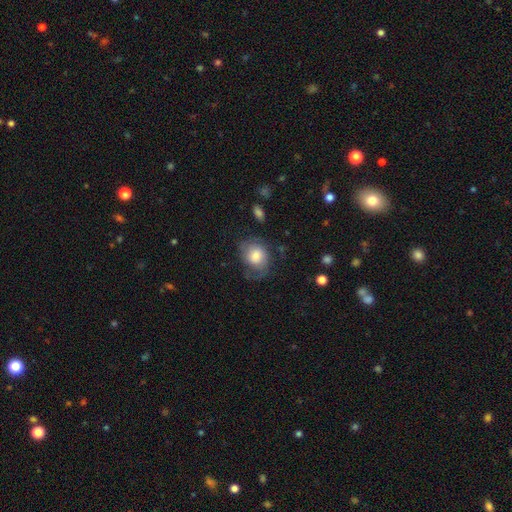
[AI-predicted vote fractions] A smooth galaxy with no disk features (57%) that is round (53%).

Vote fractions:
- Smooth or featured? smooth: 57% / featured or disk: 36% / star or artifact: 8%
- How rounded? round: 53% / in between: 46% / cigar-shaped: 1%
- Merging? none: 49% / minor disturbance: 27% / major disturbance: 22% / merger: 2%